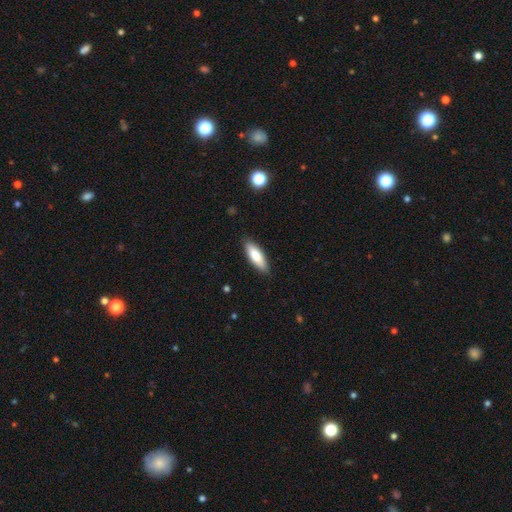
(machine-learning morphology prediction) This is clearly a smooth galaxy (83%). How rounded: possibly in between (56%). Merging: clearly none (87%).